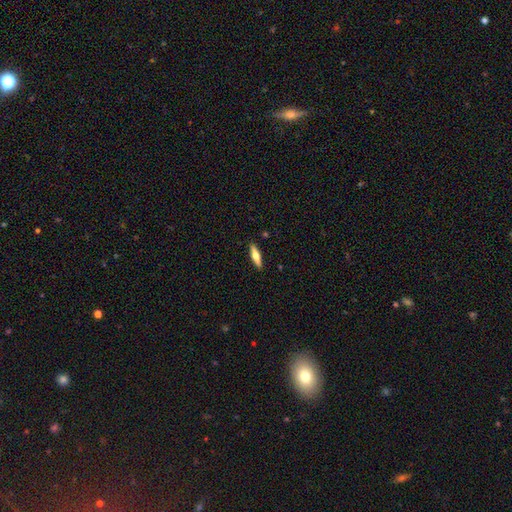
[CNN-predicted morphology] featured or disk 47% (tied), smooth 47% (tied), star or artifact 6%. Down the decision tree: merging — none (90%).